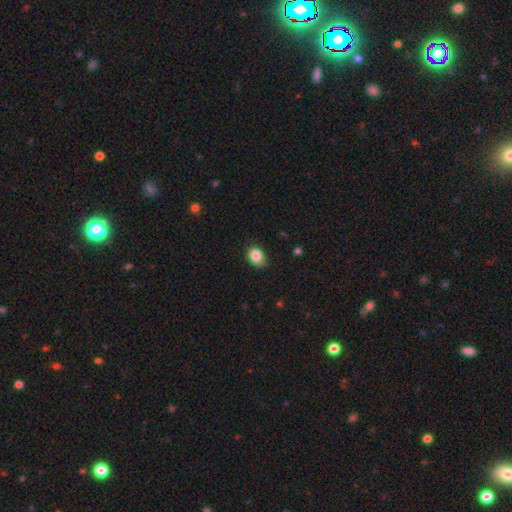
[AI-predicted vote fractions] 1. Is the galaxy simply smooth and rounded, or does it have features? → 86% smooth, 9% star or artifact, 6% featured or disk.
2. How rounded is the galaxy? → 69% in between, 30% round, 1% cigar-shaped.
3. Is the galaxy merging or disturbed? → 79% none, 17% minor disturbance, 3% major disturbance, 1% merger.